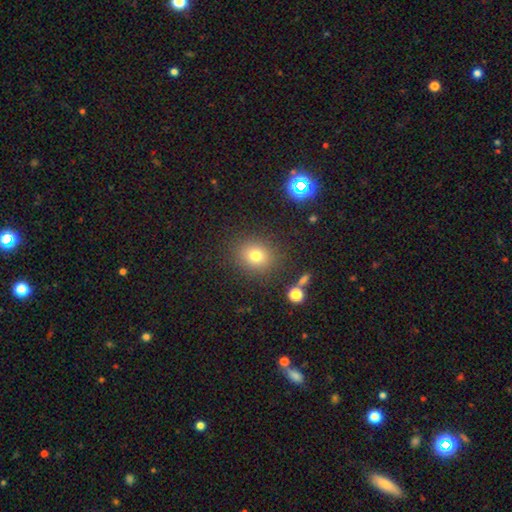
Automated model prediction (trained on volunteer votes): Morphology: type=smooth (75%); roundness=round (72%); merging=none (85%).